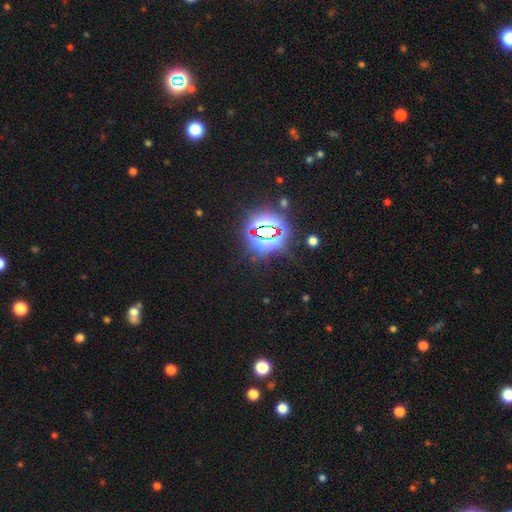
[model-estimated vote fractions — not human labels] A star or artifact, not a galaxy (84%).